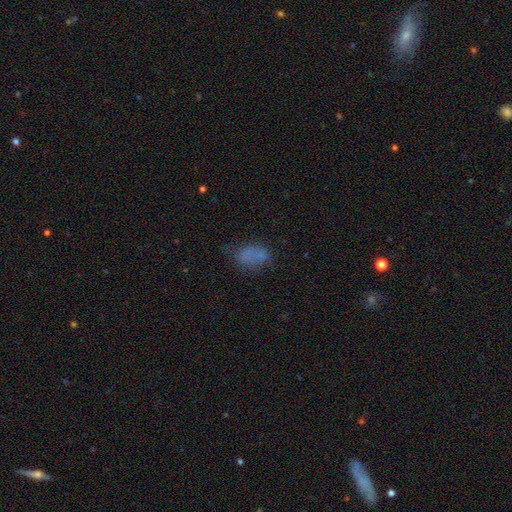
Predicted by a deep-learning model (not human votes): smooth-or-featured: smooth: 66% | featured or disk: 17% | star or artifact: 16%
  how-rounded: in between: 86% | round: 11% | cigar-shaped: 2%
  merging: none: 50% | minor disturbance: 26% | major disturbance: 18% | merger: 6%